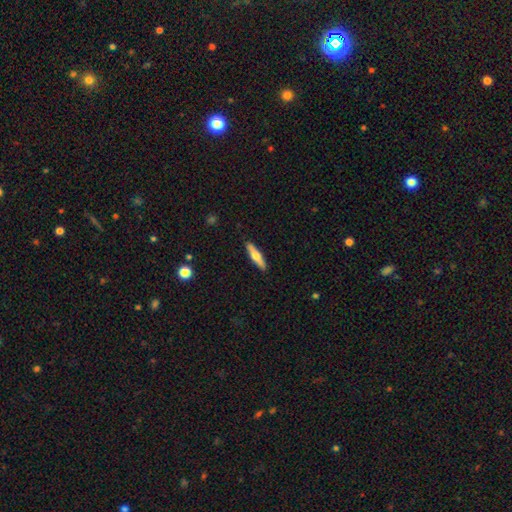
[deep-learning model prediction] A smooth galaxy with no disk features (52%) that is cigar-shaped (78%).

Vote fractions:
- Smooth or featured? smooth: 52% / featured or disk: 42% / star or artifact: 6%
- How rounded? cigar-shaped: 78% / in between: 20% / round: 2%
- Merging? none: 90% / minor disturbance: 7% / major disturbance: 2% / merger: 1%